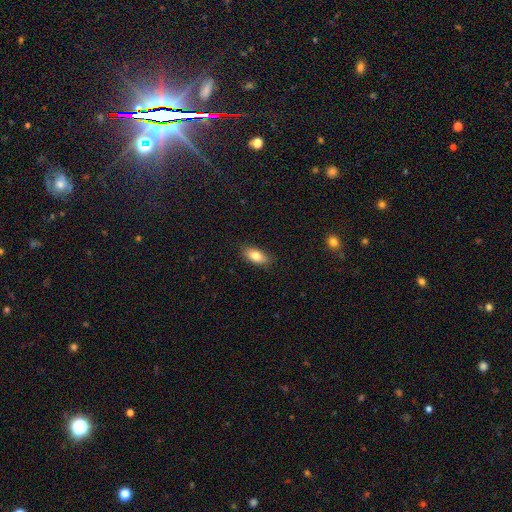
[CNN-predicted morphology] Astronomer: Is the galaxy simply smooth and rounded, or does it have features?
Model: smooth — 79%.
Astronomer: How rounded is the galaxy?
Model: in between — 85%.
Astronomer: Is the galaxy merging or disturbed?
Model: none — 86%.